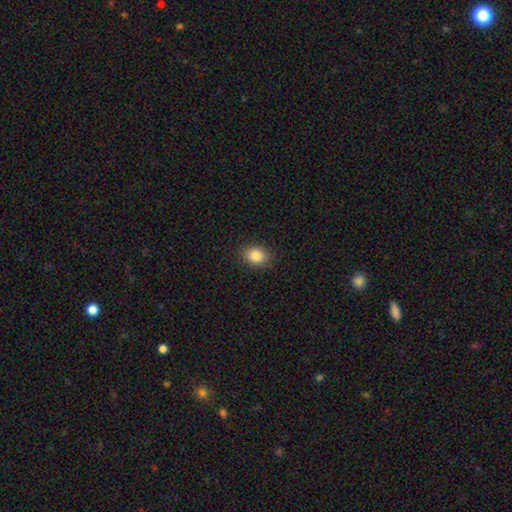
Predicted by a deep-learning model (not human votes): Smooth or featured?
  - smooth: 85% *
  - star or artifact: 10%
  - featured or disk: 5%
How rounded?
  - in between: 55% *
  - round: 44%
  - cigar-shaped: 1%
Merging?
  - none: 88% *
  - minor disturbance: 9%
  - major disturbance: 2%
  - merger: 1%